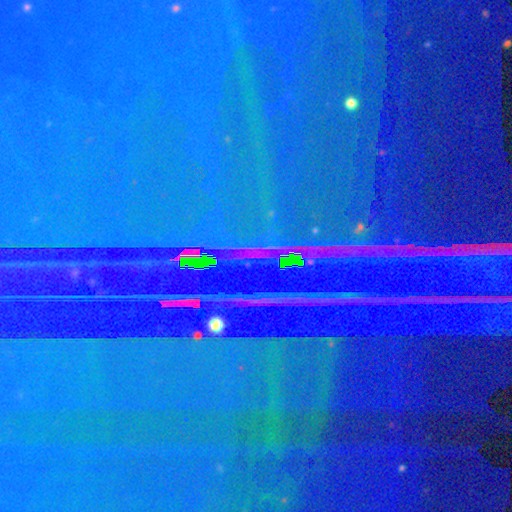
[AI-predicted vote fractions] Smooth or featured?
  - star or artifact: 88% *
  - featured or disk: 7%
  - smooth: 5%